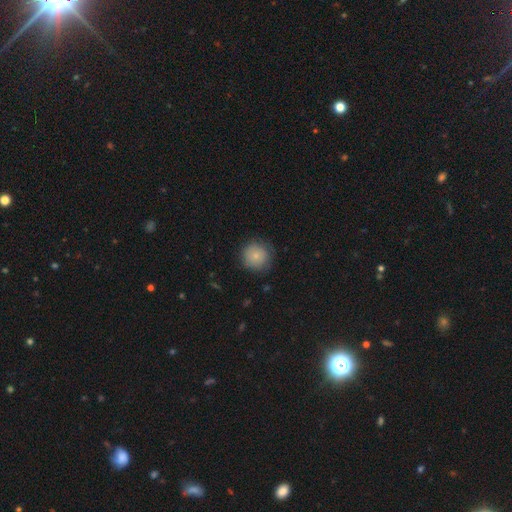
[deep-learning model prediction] The model was most divided on "merging": none: 80%, minor disturbance: 14%, major disturbance: 4%, merger: 1%. More confident: how rounded — round (93%); smooth or featured — smooth (81%).